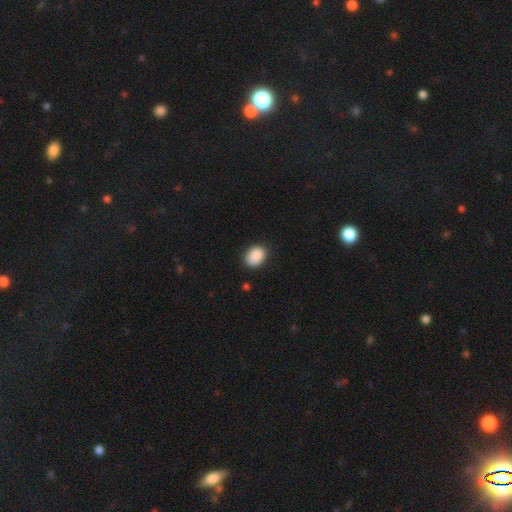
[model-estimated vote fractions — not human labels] A smooth galaxy with no disk features (89%) that is in between round and cigar-shaped (66%). Merging: none (85%).